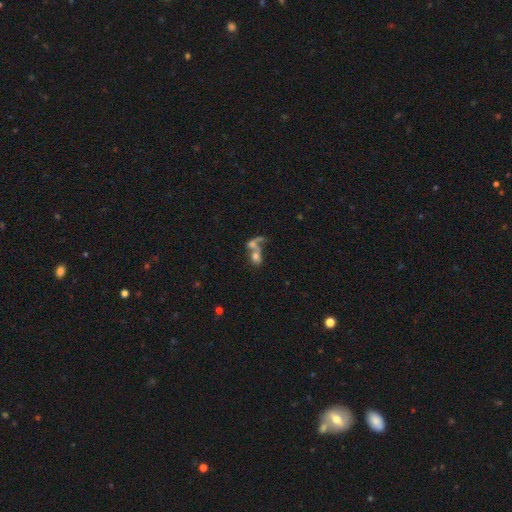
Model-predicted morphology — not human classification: Smooth or featured?
  - smooth: 54% *
  - featured or disk: 32%
  - star or artifact: 14%
How rounded?
  - in between: 58% *
  - round: 37%
  - cigar-shaped: 5%
Merging?
  - merger: 67% *
  - none: 14%
  - major disturbance: 13%
  - minor disturbance: 6%